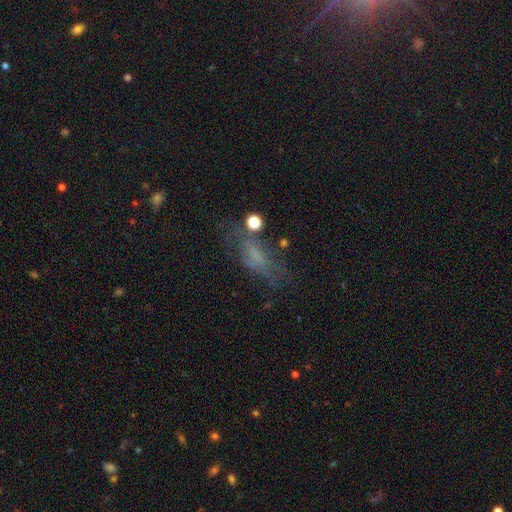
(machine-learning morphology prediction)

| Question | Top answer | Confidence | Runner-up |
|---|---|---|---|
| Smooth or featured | smooth | 47% | featured or disk (33%) |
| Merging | none | 46% | major disturbance (26%) |